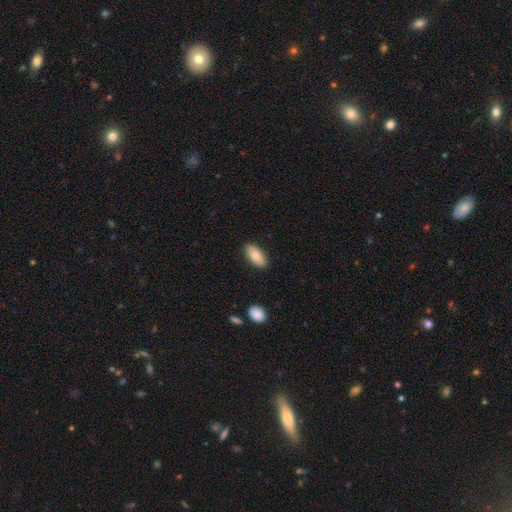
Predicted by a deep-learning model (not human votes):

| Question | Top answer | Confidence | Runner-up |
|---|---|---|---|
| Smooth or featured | smooth | 79% | featured or disk (15%) |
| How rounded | in between | 89% | cigar-shaped (8%) |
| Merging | none | 88% | minor disturbance (9%) |